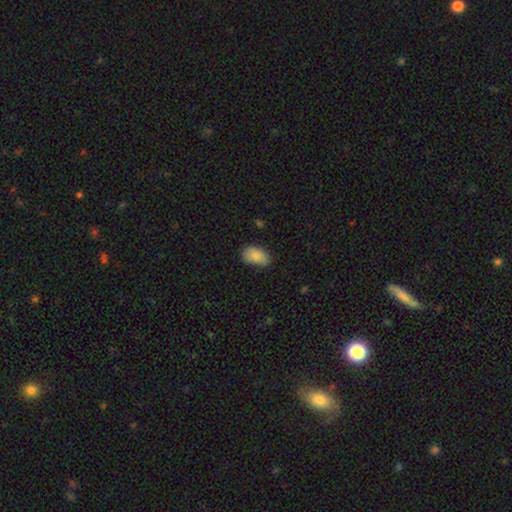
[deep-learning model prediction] Morphology: type=smooth (86%); roundness=in between (91%); merging=none (66%).